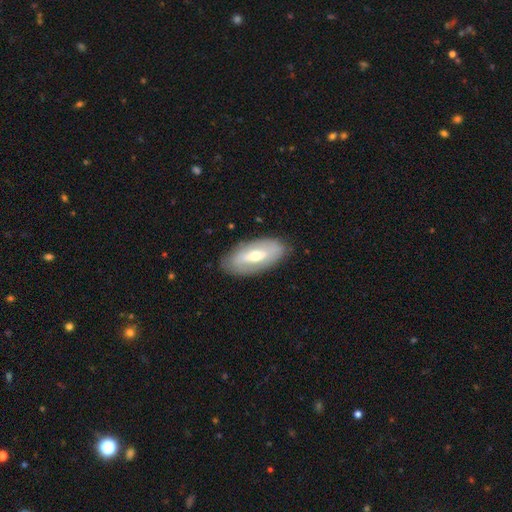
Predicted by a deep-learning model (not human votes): featured or disk 53%, smooth 41%, star or artifact 6%. Down the decision tree: edge-on disk — no (81%); merging — none (84%).